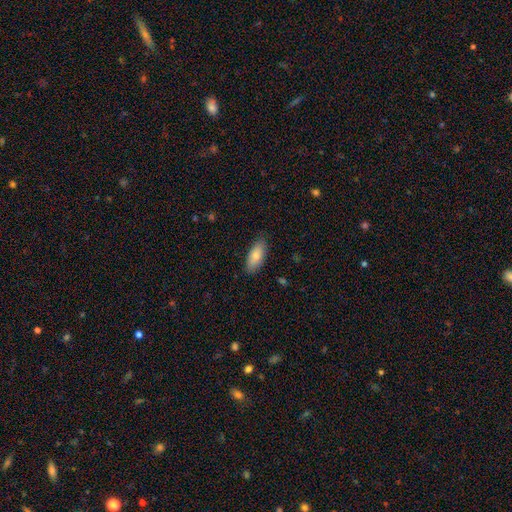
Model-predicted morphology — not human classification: smooth_or_featured: smooth (p=0.80) [alt: featured or disk p=0.14]
how_rounded: in between (p=0.84) [alt: cigar-shaped p=0.14]
merging: none (p=0.84) [alt: minor disturbance p=0.12]